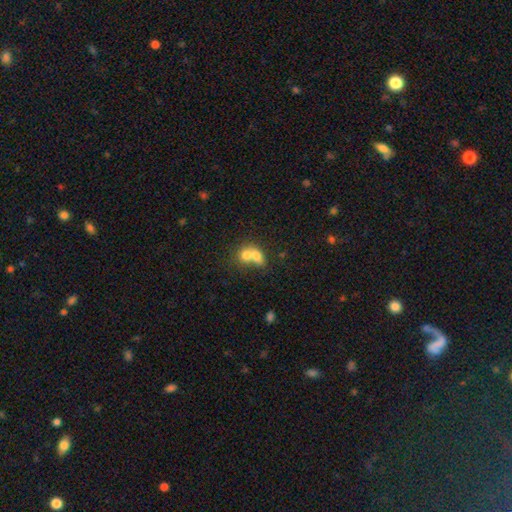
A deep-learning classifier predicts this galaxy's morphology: Smooth or featured?
  - smooth: 71% *
  - featured or disk: 19%
  - star or artifact: 9%
How rounded?
  - in between: 58% *
  - round: 40%
  - cigar-shaped: 2%
Merging?
  - merger: 72% *
  - none: 19%
  - minor disturbance: 6%
  - major disturbance: 4%